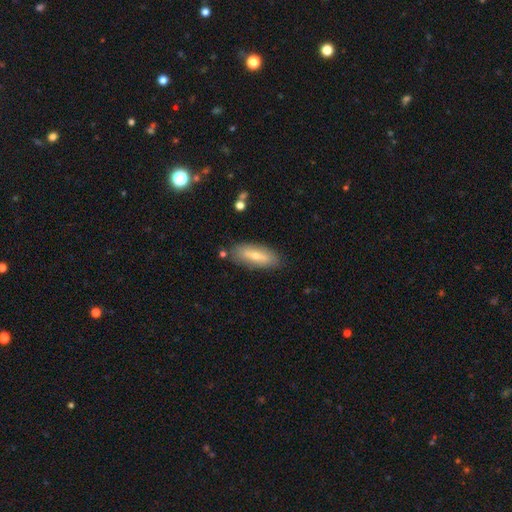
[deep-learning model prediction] The model was most divided on "smooth or featured": smooth: 58%, featured or disk: 35%, star or artifact: 7%. More confident: merging — none (81%); how rounded — in between (66%).